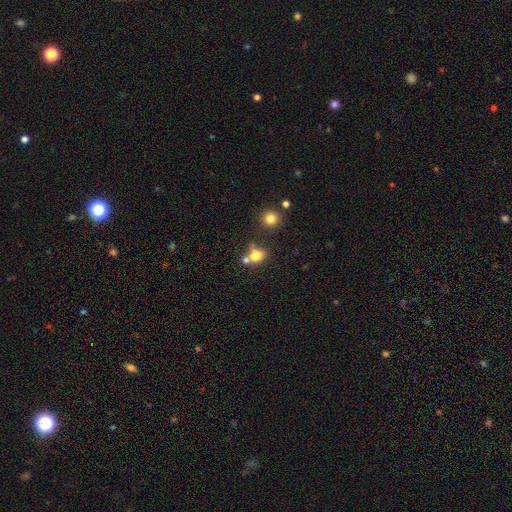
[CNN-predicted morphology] Smooth or featured?
  - smooth: 76% *
  - star or artifact: 12%
  - featured or disk: 12%
How rounded?
  - round: 50% *
  - in between: 48%
  - cigar-shaped: 2%
Merging?
  - none: 43% *
  - merger: 39%
  - minor disturbance: 12%
  - major disturbance: 6%